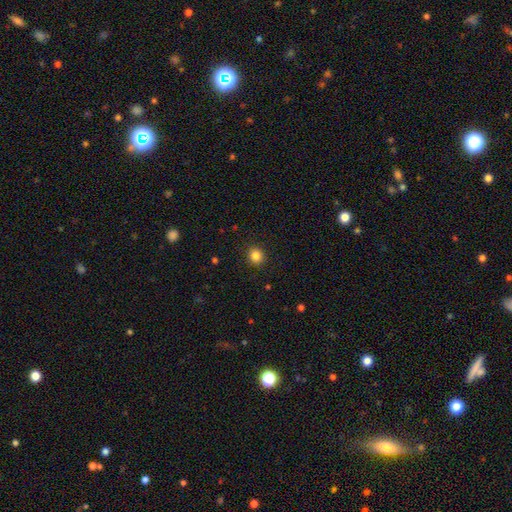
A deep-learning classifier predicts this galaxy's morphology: Overall: smooth (85%). How rounded: round (83%). Merging: none (91%).